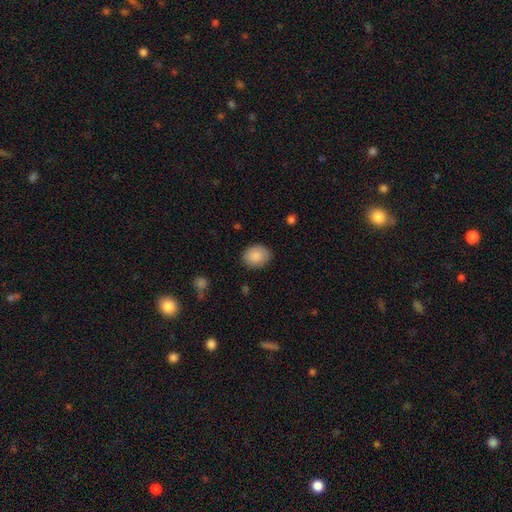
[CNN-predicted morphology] Smooth or featured: smooth — 88% (star or artifact — 7%)
How rounded: in between — 50% (round — 49%)
Merging: none — 83% (minor disturbance — 13%)